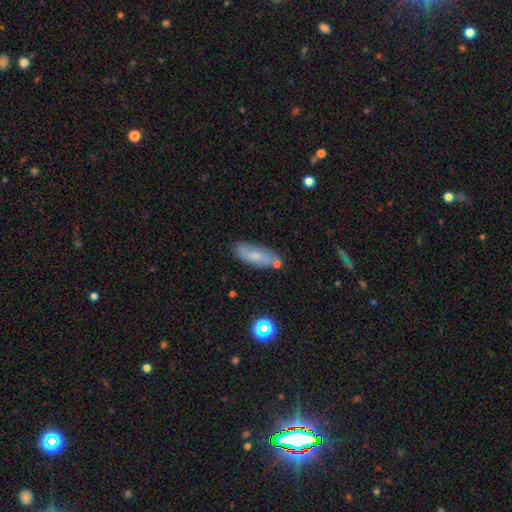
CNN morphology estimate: smooth 52%, featured or disk 39%, star or artifact 9%. Down the decision tree: how rounded — in between (65%); merging — none (72%).